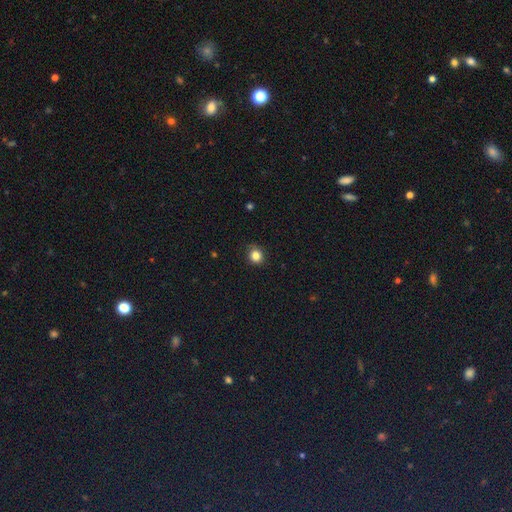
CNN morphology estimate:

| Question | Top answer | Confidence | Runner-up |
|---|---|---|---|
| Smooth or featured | smooth | 83% | star or artifact (12%) |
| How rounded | round | 81% | in between (18%) |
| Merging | none | 85% | minor disturbance (12%) |